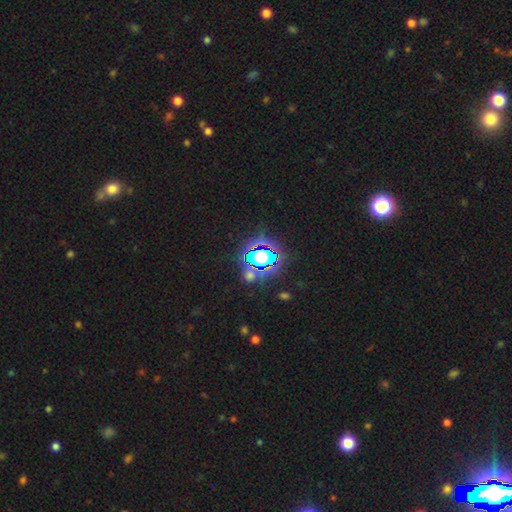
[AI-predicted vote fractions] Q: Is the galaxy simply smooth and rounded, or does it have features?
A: star or artifact — 77%.